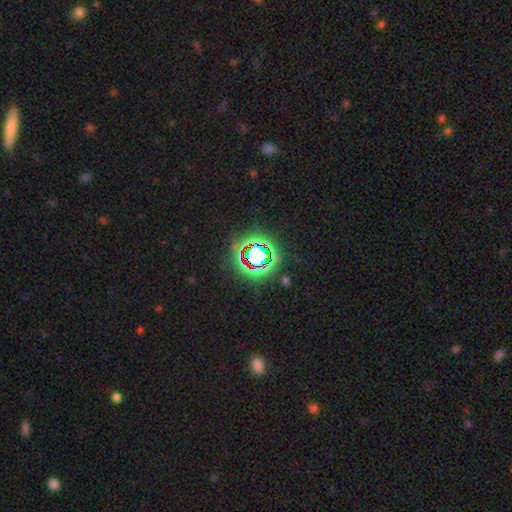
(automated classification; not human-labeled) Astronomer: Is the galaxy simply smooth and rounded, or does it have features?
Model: star or artifact — 70%.